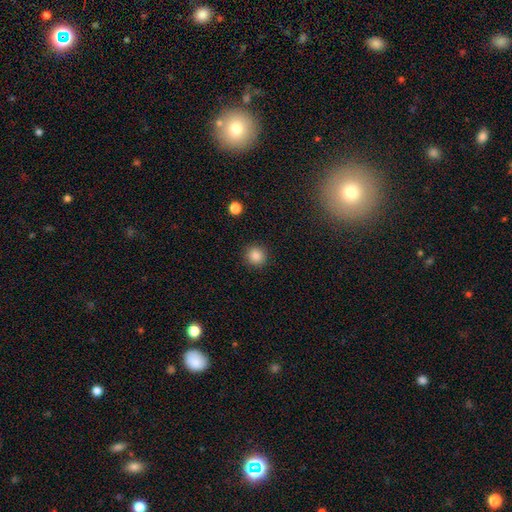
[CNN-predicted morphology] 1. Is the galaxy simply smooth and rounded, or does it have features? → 86% smooth, 10% star or artifact, 3% featured or disk.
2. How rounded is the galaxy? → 92% round, 7% in between, 1% cigar-shaped.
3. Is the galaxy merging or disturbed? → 91% none, 6% minor disturbance, 2% major disturbance, 1% merger.